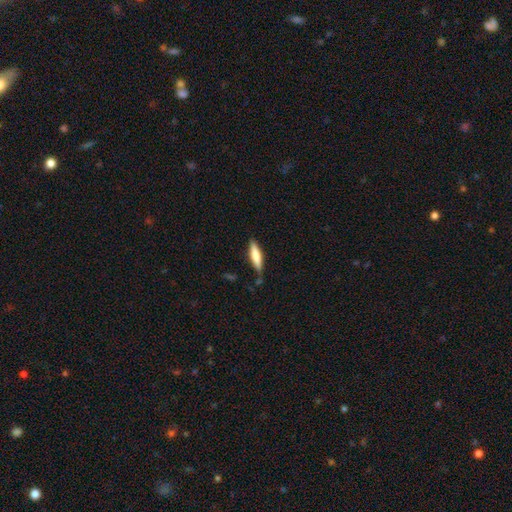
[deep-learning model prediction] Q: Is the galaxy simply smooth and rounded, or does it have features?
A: smooth — 70%.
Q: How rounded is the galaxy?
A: cigar-shaped — 73%.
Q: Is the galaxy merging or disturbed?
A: none — 76%.